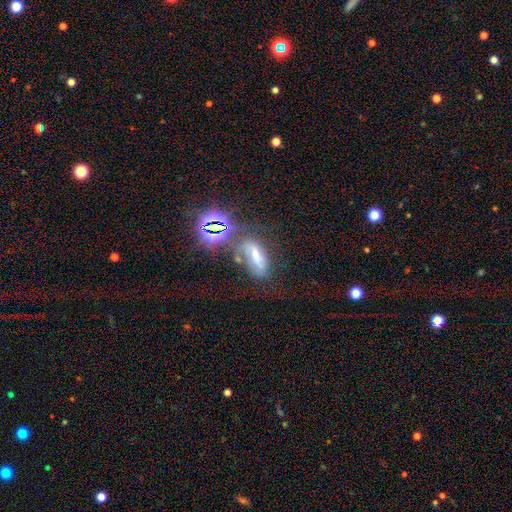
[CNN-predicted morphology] This appears to be a smooth galaxy with no disk features (35%). Merging: none (43%).